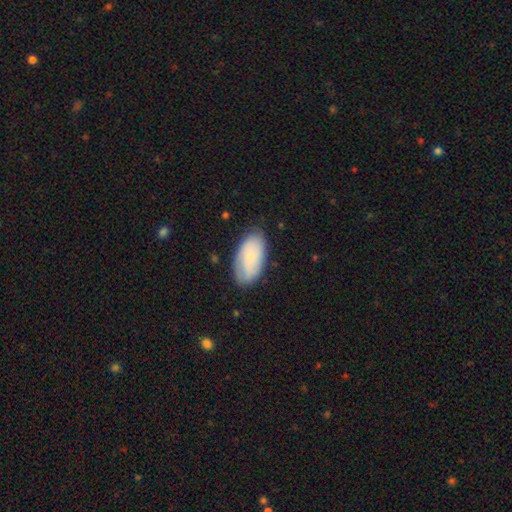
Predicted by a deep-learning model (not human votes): Overall: smooth (68%). How rounded: in between (94%). Merging: none (77%).